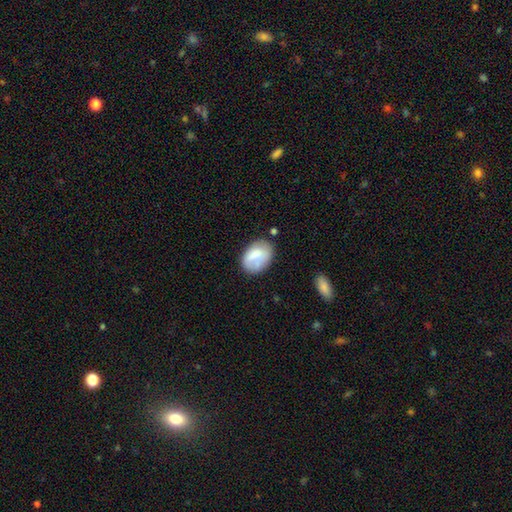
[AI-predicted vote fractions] smooth_or_featured: smooth (p=0.71) [alt: featured or disk p=0.21]
how_rounded: in between (p=0.79) [alt: round p=0.20]
merging: none (p=0.57) [alt: minor disturbance p=0.26]